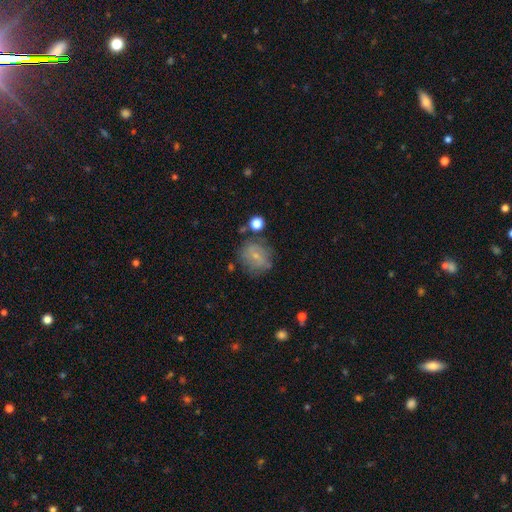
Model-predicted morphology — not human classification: This is possibly a smooth galaxy (54%). How rounded: likely round (76%). Merging: likely none (65%).